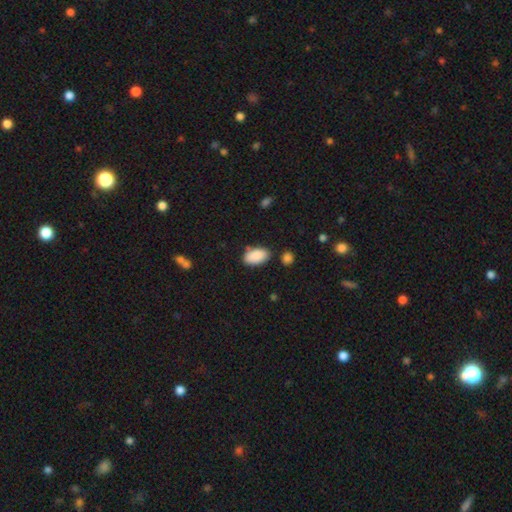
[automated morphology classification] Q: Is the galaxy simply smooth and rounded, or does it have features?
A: smooth — 89%.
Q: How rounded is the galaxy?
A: in between — 95%.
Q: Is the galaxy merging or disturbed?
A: none — 77%.